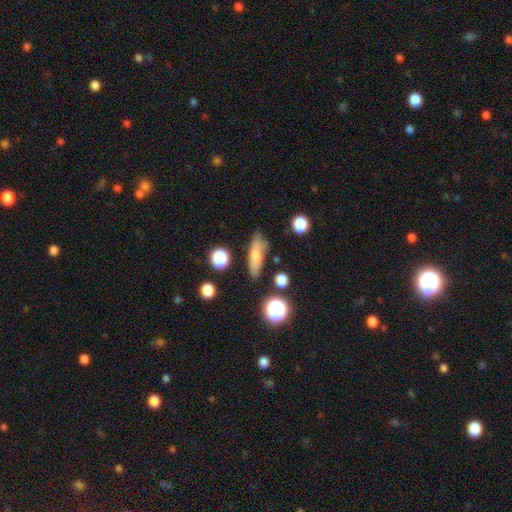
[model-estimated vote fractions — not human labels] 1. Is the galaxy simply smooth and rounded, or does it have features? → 69% smooth, 21% featured or disk, 9% star or artifact.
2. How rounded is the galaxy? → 54% cigar-shaped, 40% in between, 6% round.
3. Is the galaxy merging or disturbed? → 77% none, 15% minor disturbance, 4% major disturbance, 4% merger.